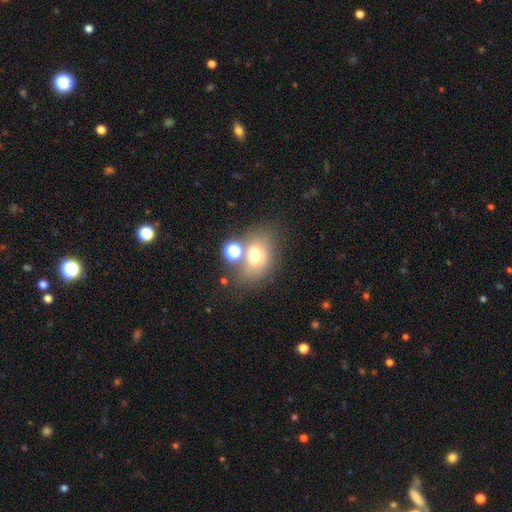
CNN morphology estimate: Overall: smooth (67%). How rounded: in between (69%; round 30%). Merging: none (58%; merger 19%).